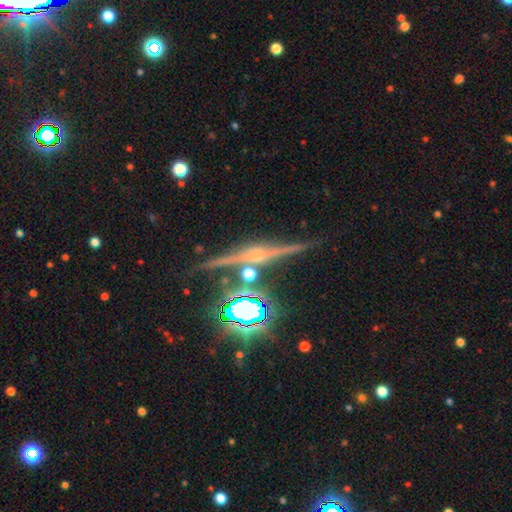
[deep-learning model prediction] This is likely a featured or disk galaxy (78%). It is clearly viewed edge-on (97%). Edge-on bulge: clearly rounded (82%). Merging: clearly none (84%).